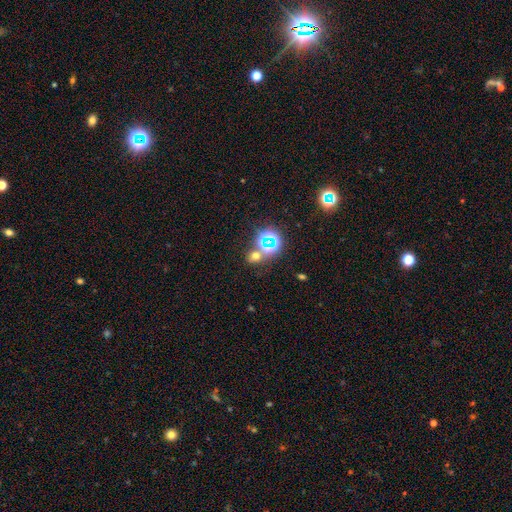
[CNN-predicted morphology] A smooth galaxy with no disk features (48%). Merging: none (64%).